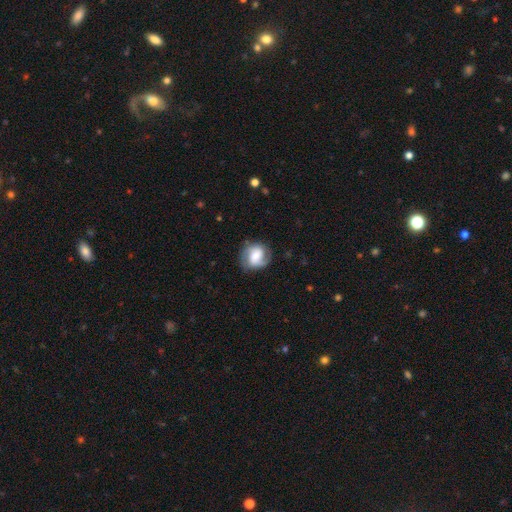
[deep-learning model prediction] The model was most divided on "bar": no: 42%, weak: 40%, strong: 18%. Remaining: edge-on disk — no (98%); spiral arms — yes (91%); spiral arm count — 2 (77%); merging — none (75%); smooth or featured — featured or disk (65%); spiral winding — medium (43%); bulge size — moderate (40%).